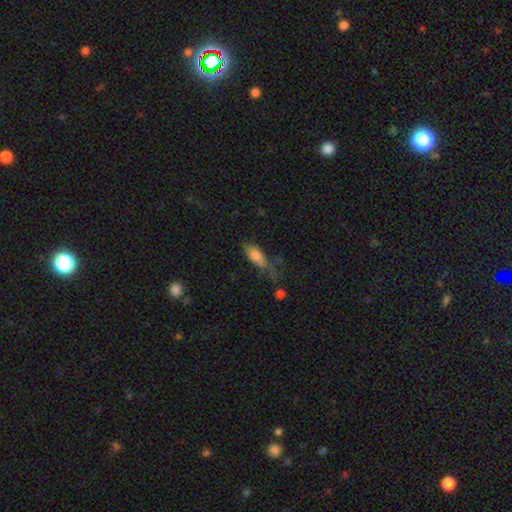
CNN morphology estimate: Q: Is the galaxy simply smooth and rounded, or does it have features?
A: smooth — 79%.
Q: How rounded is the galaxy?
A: in between — 80%.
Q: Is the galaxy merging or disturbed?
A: none — 37%.